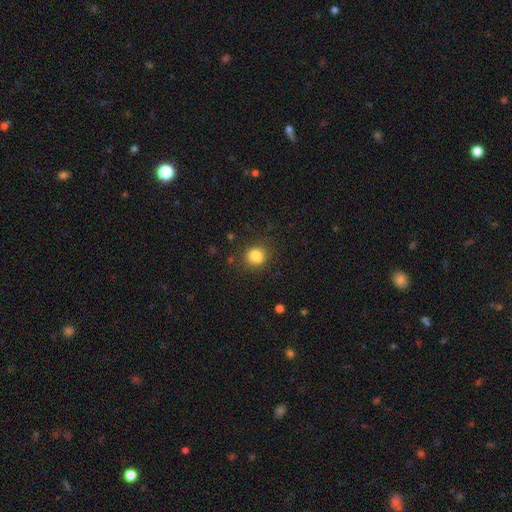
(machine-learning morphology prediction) Overall: smooth (82%). How rounded: round (64%; in between 35%). Merging: none (74%).